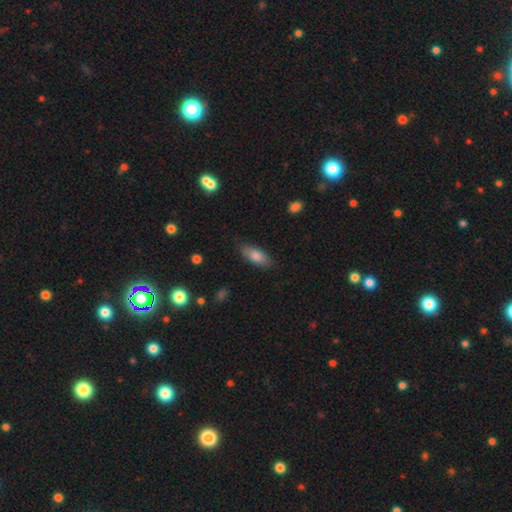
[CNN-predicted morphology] Smooth or featured?
  - smooth: 78% *
  - featured or disk: 15%
  - star or artifact: 7%
How rounded?
  - in between: 78% *
  - cigar-shaped: 20%
  - round: 2%
Merging?
  - none: 80% *
  - minor disturbance: 16%
  - major disturbance: 3%
  - merger: 1%